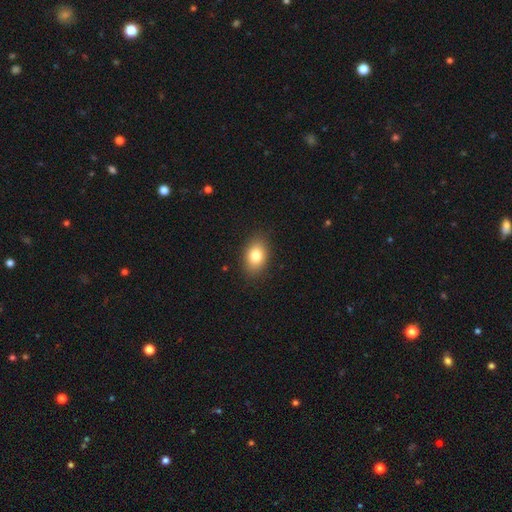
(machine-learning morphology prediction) This is clearly a smooth galaxy (82%). How rounded: clearly in between (81%). Merging: clearly none (87%).